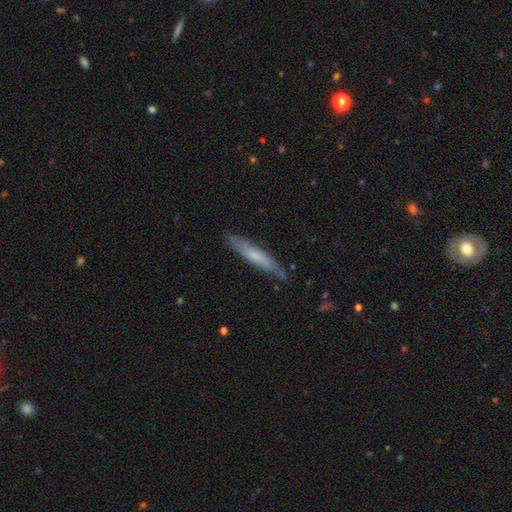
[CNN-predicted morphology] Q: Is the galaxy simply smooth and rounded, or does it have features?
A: smooth — 56%.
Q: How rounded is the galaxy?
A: cigar-shaped — 90%.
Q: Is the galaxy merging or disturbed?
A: none — 80%.